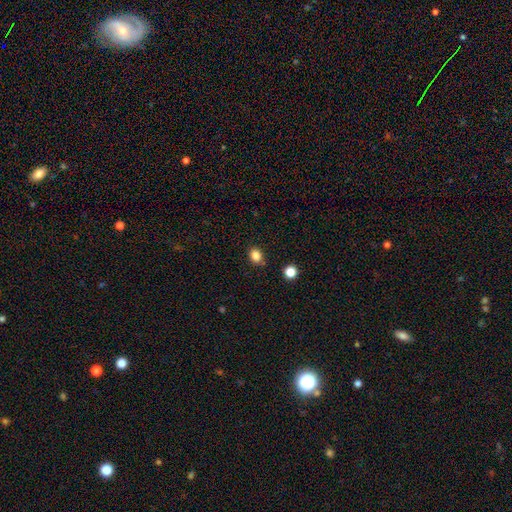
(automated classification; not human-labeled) This appears to be a smooth galaxy with no disk features (85%) that is round (52%). Merging: none (82%).